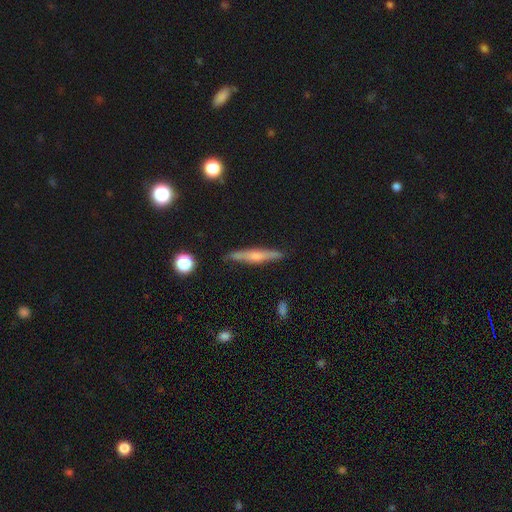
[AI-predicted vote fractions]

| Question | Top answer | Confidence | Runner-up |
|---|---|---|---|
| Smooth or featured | featured or disk | 57% | smooth (35%) |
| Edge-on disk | yes | 95% | no (5%) |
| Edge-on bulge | rounded | 72% | none (15%) |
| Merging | none | 87% | minor disturbance (9%) |